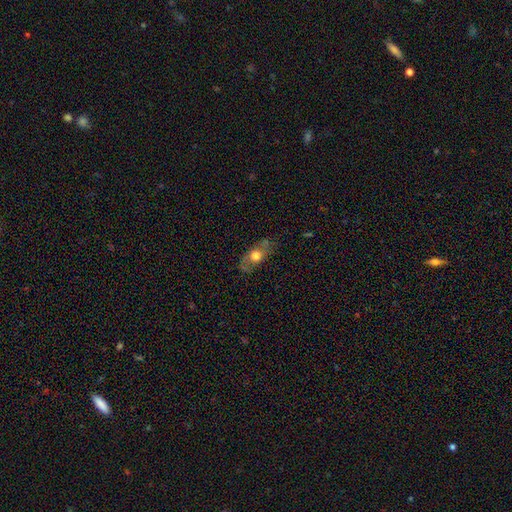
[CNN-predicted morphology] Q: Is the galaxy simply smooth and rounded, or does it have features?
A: smooth — 51%.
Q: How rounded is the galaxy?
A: in between — 70%.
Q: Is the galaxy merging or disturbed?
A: none — 69%.